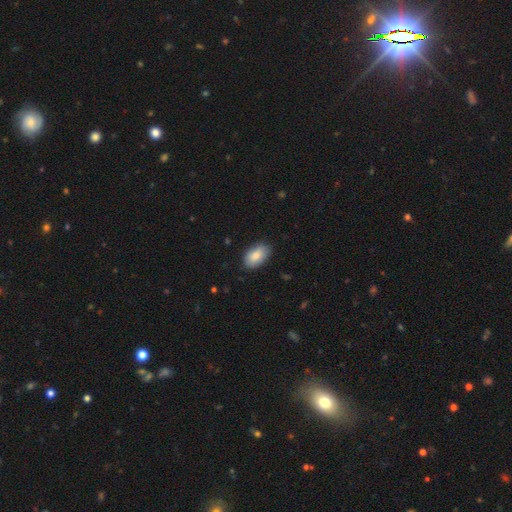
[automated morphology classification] Q: Smooth or featured?
A: smooth (86%); runner-up: featured or disk (8%)
Q: How rounded?
A: in between (94%); runner-up: round (5%)
Q: Merging?
A: none (84%); runner-up: minor disturbance (12%)